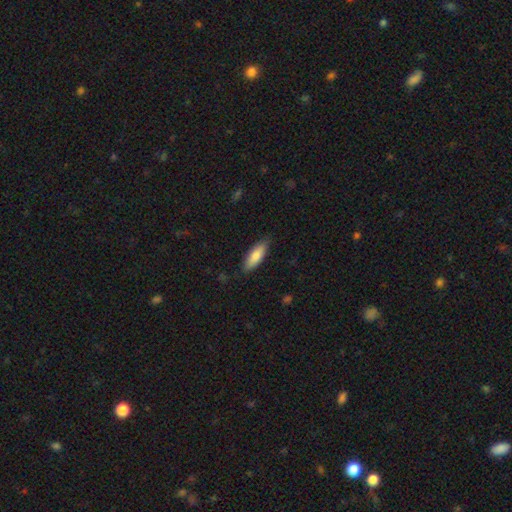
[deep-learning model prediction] This appears to be a smooth galaxy with no disk features (80%) that is in between round and cigar-shaped (59%). Merging: none (84%).